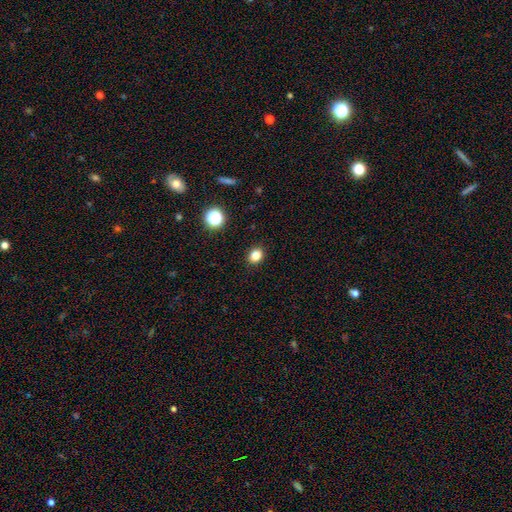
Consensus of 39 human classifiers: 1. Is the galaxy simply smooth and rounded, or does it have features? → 92% smooth, 5% star or artifact, 3% featured or disk.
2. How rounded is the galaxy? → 72% round, 28% in between, 0% cigar-shaped.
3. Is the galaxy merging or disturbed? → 97% none, 3% minor disturbance, 0% major disturbance, 0% merger.